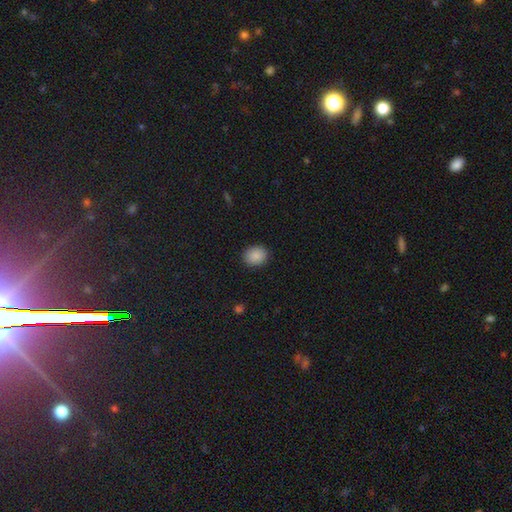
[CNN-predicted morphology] Q: Smooth or featured?
A: smooth (88%); runner-up: star or artifact (8%)
Q: How rounded?
A: round (61%); runner-up: in between (38%)
Q: Merging?
A: none (90%); runner-up: minor disturbance (7%)